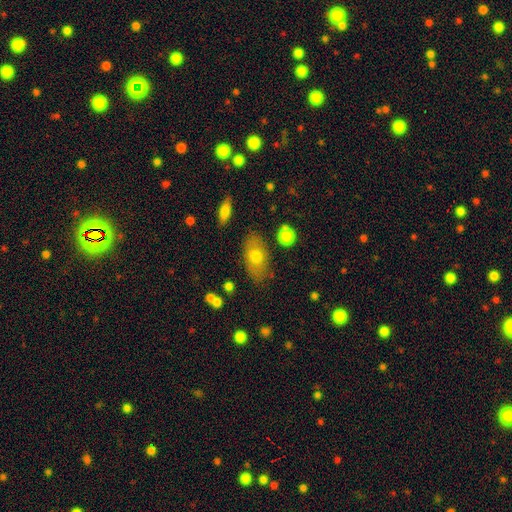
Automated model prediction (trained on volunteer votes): This is likely a smooth galaxy (69%). How rounded: clearly in between (88%). Merging: likely none (75%).